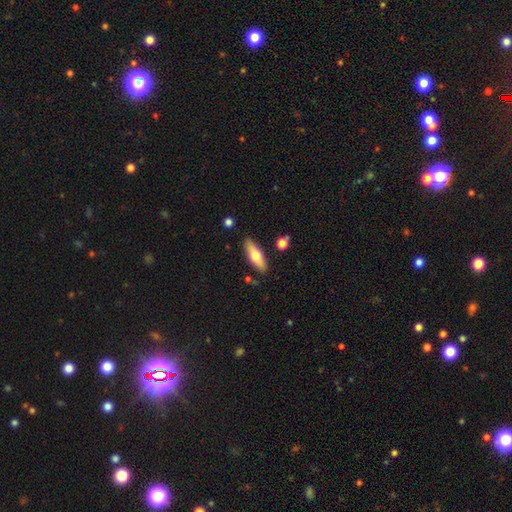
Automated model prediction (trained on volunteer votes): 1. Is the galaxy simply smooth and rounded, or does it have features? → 54% smooth, 41% featured or disk, 6% star or artifact.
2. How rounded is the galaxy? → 49% cigar-shaped, 48% in between, 3% round.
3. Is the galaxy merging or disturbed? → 85% none, 10% minor disturbance, 3% merger, 2% major disturbance.